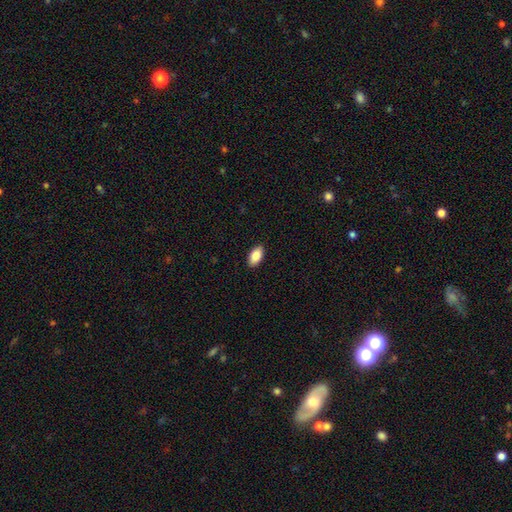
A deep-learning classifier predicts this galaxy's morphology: Smooth or featured? smooth (88%)
How rounded? in between (94%)
Merging? none (90%)